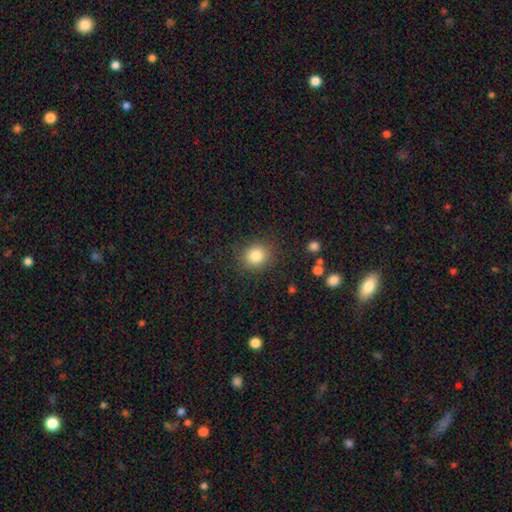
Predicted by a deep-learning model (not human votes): Morphology: type=smooth (83%); roundness=round (78%); merging=none (86%).